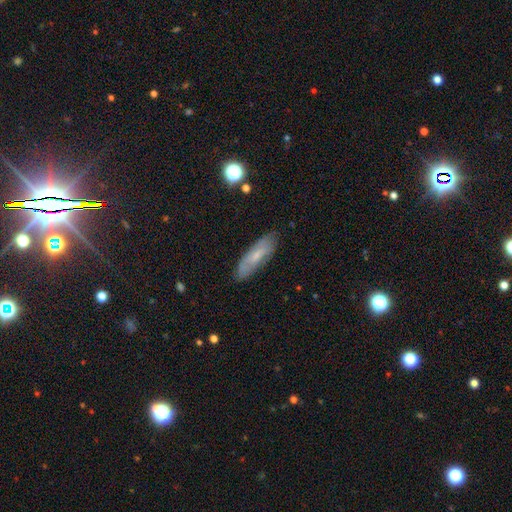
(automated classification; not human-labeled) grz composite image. It shows a smooth galaxy with no disk features (53%) that is cigar-shaped (54%). Merging: none (81%).